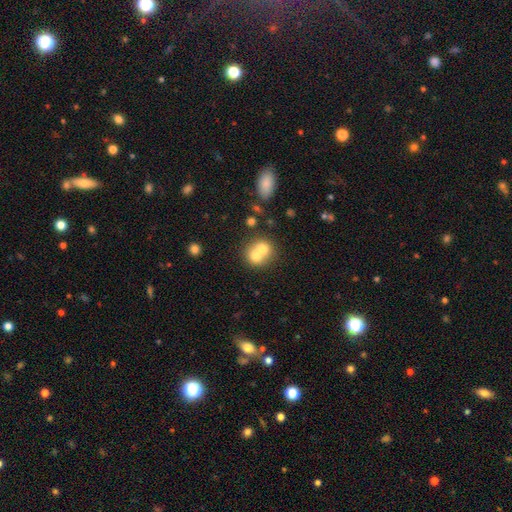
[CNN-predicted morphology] The model was most divided on "merging": merger: 65%, none: 27%, minor disturbance: 5%, major disturbance: 3%. More confident: how rounded — round (77%); smooth or featured — smooth (67%).